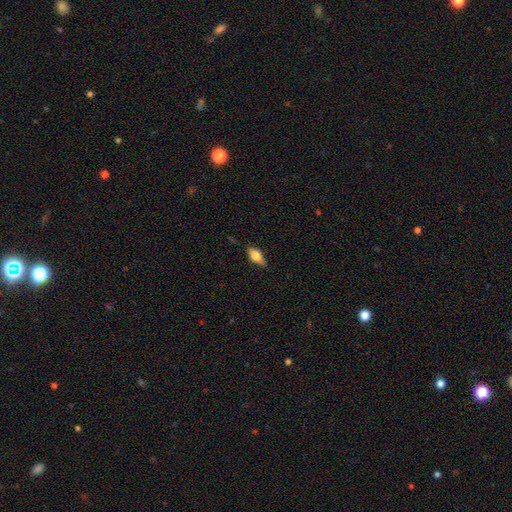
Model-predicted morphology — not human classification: This is likely a smooth galaxy (65%). How rounded: clearly in between (81%). Merging: likely none (77%).